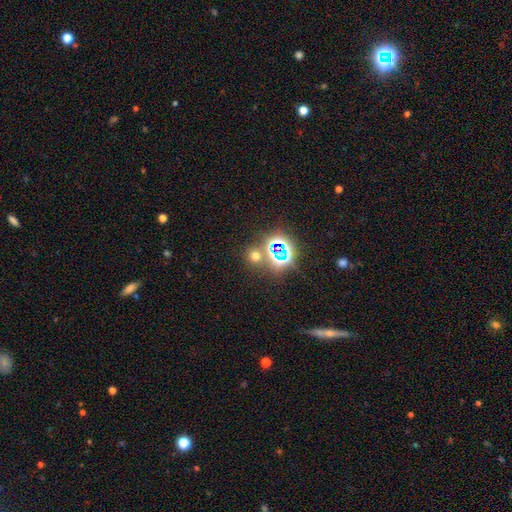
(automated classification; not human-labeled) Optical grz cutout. It shows a smooth galaxy with no disk features (51%) that is round (87%). Merging: none (75%).